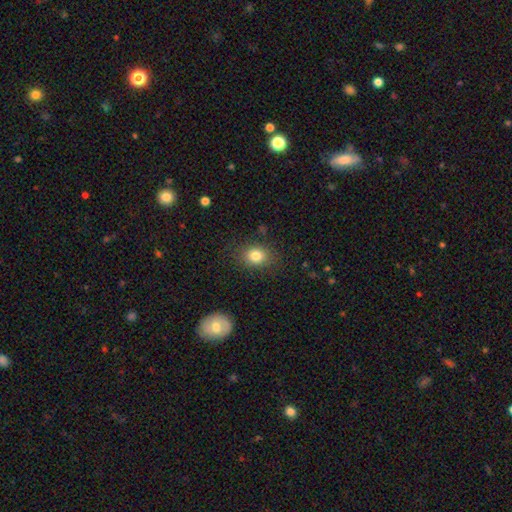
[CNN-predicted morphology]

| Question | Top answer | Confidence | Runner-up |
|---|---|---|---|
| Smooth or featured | smooth | 82% | star or artifact (11%) |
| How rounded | in between | 51% | round (48%) |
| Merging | none | 83% | minor disturbance (11%) |